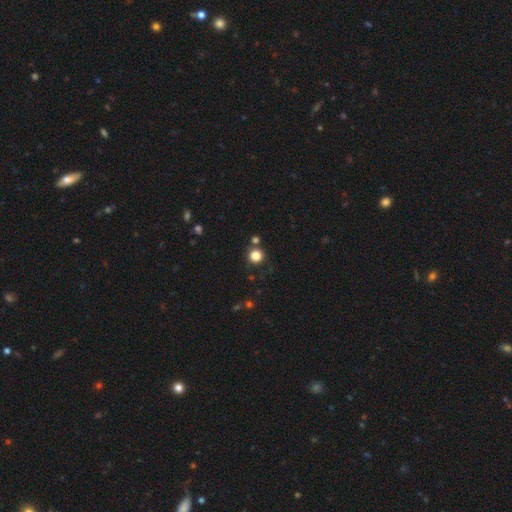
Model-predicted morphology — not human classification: A smooth galaxy with no disk features (83%) that is round (94%). Merging: none (80%).